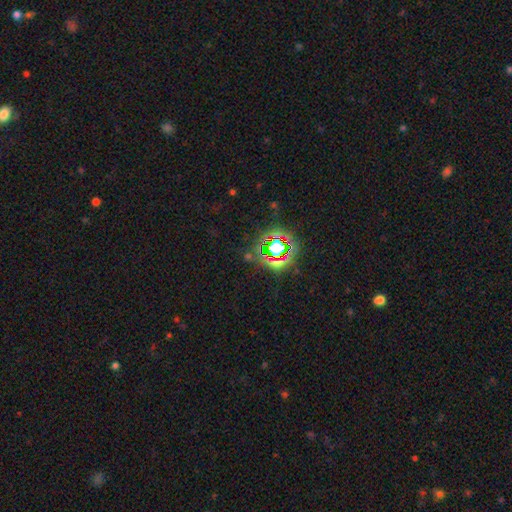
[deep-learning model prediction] smooth_or_featured: star or artifact (p=0.80) [alt: smooth p=0.11]